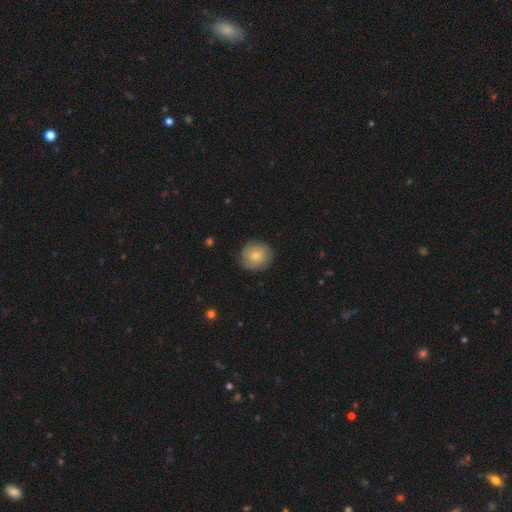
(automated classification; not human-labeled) A smooth galaxy with no disk features (61%) that is round (85%). Merging: none (81%).